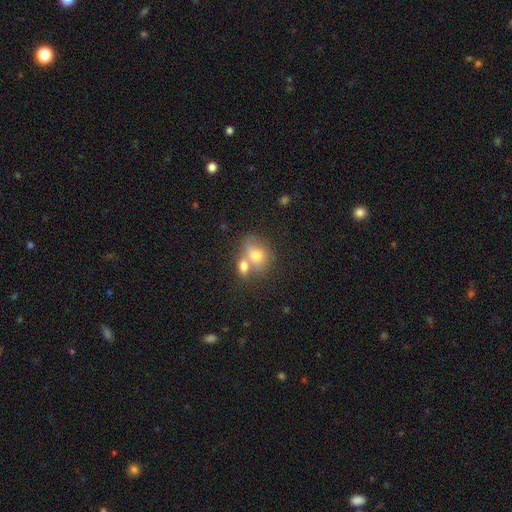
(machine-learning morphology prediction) Smooth or featured? smooth (71%)
How rounded? in between (60%)
Merging? merger (54%)